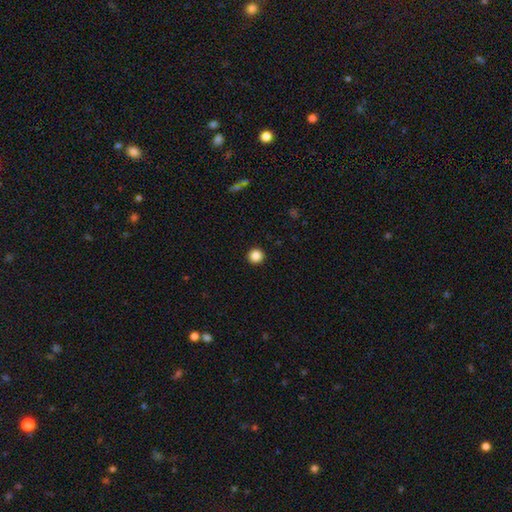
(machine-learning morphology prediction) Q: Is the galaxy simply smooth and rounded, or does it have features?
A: smooth — 86%.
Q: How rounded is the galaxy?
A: round — 96%.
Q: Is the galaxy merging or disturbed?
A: none — 94%.